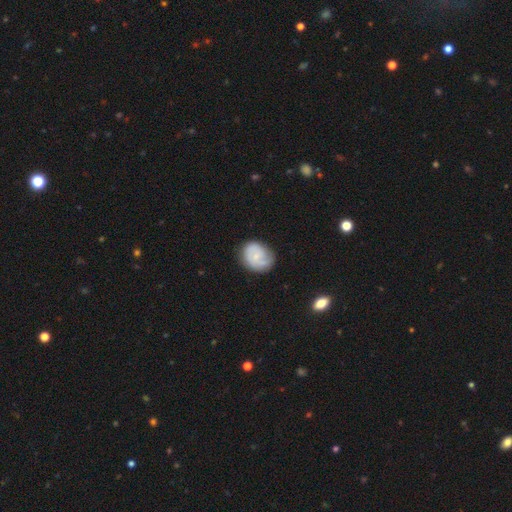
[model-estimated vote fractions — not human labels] Smooth or featured: featured or disk — 51% (smooth — 42%)
Edge-on disk: no — 98% (yes — 2%)
Merging: none — 69% (minor disturbance — 22%)